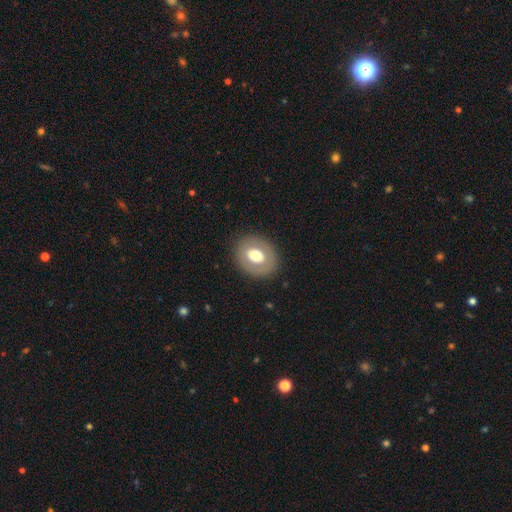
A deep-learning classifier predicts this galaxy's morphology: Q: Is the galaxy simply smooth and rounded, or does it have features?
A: smooth — 59%.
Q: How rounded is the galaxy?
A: in between — 50%.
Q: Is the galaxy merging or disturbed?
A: none — 85%.